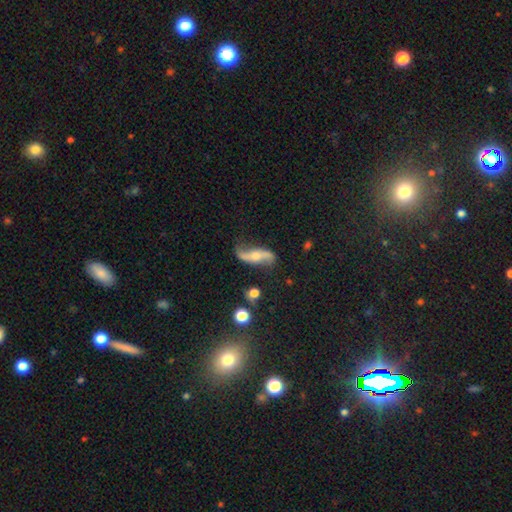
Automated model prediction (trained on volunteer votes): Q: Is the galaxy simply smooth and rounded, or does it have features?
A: featured or disk — 77%.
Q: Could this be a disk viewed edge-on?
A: no — 86%.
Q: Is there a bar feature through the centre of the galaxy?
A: no — 55%.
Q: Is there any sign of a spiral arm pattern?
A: yes — 92%.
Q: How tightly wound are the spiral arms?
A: loose — 89%.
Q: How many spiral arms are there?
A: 2 — 92%.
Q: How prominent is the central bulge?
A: moderate — 47%.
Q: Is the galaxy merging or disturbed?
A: none — 70%.